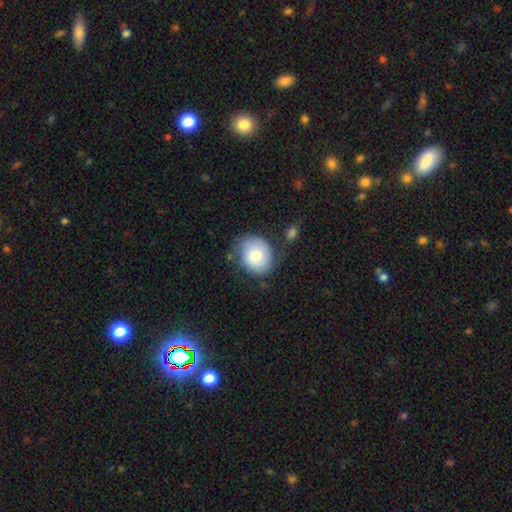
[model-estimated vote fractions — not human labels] The model was most divided on "how rounded": round: 67%, in between: 32%, cigar-shaped: 1%. More confident: smooth or featured — smooth (74%); merging — none (62%).